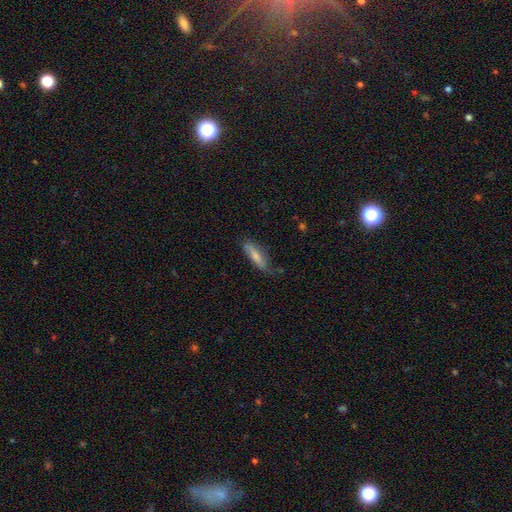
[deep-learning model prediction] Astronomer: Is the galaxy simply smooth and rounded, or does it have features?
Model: smooth — 69%.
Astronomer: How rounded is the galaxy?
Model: cigar-shaped — 55% (runner-up: in between, 43%).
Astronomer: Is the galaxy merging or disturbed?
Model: none — 62%.